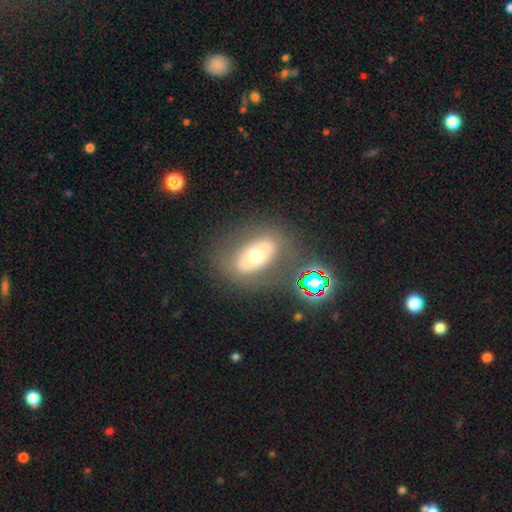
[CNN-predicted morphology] Smooth or featured?
  - featured or disk: 45% *
  - smooth: 43%
  - star or artifact: 12%
Merging?
  - none: 72% *
  - minor disturbance: 14%
  - major disturbance: 8%
  - merger: 6%